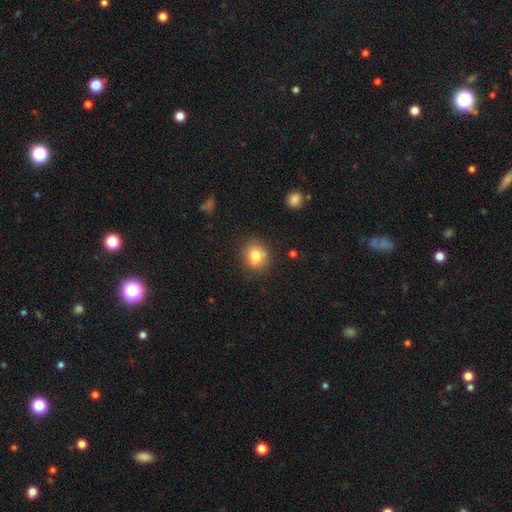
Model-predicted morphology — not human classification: A smooth galaxy with no disk features (79%) that is round (79%).

Vote fractions:
- Smooth or featured? smooth: 79% / star or artifact: 11% / featured or disk: 10%
- How rounded? round: 79% / in between: 20% / cigar-shaped: 1%
- Merging? none: 77% / minor disturbance: 13% / merger: 7% / major disturbance: 3%